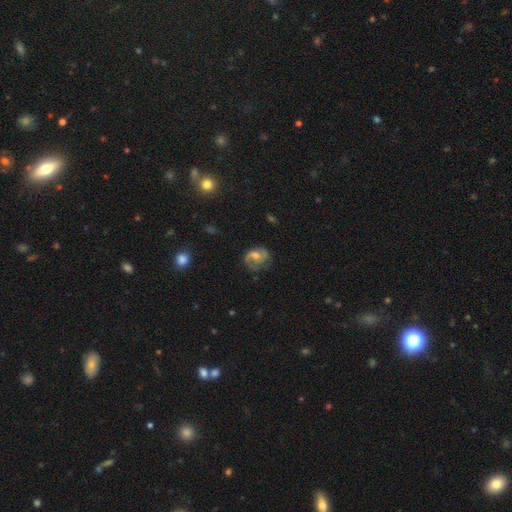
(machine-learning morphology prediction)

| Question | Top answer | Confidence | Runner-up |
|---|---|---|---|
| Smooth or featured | featured or disk | 68% | smooth (23%) |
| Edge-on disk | no | 97% | yes (3%) |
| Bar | no | 60% | weak (32%) |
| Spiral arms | yes | 87% | no (13%) |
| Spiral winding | medium | 47% | tight (29%) |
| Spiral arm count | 2 | 70% | can't tell (13%) |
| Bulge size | moderate | 64% | small (24%) |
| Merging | none | 64% | minor disturbance (23%) |